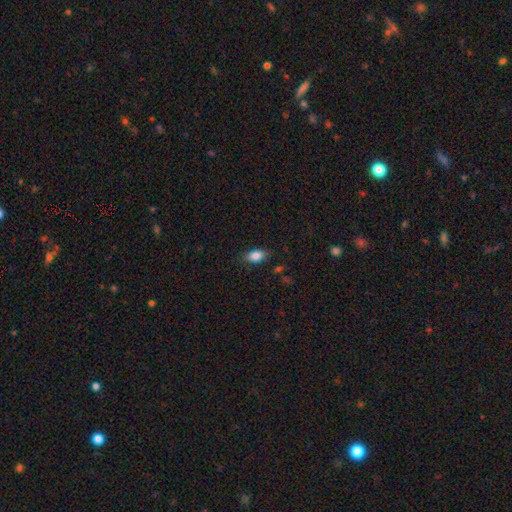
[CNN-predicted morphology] Smooth or featured: smooth — 84% (star or artifact — 8%)
How rounded: in between — 88% (round — 7%)
Merging: none — 84% (minor disturbance — 12%)